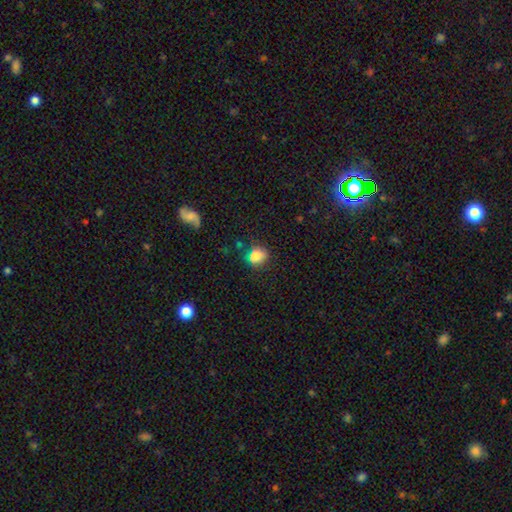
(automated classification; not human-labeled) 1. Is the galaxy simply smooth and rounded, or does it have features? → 80% smooth, 12% star or artifact, 8% featured or disk.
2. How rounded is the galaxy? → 65% round, 33% in between, 1% cigar-shaped.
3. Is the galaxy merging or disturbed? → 71% none, 18% minor disturbance, 6% major disturbance, 5% merger.